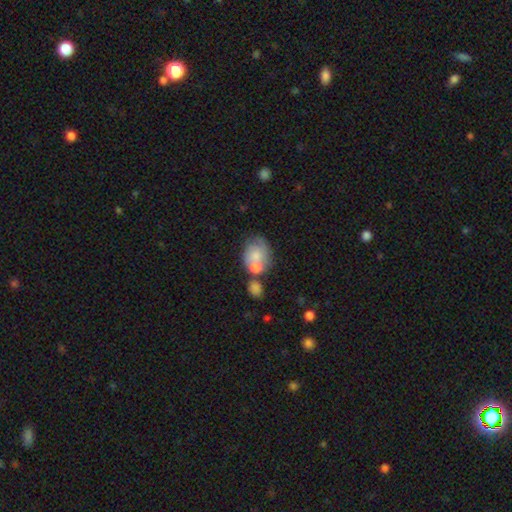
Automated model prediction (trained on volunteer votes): smooth_or_featured: smooth (p=0.63) [alt: featured or disk p=0.29]
how_rounded: in between (p=0.50) [alt: round p=0.49]
merging: merger (p=0.41) [alt: none p=0.31]